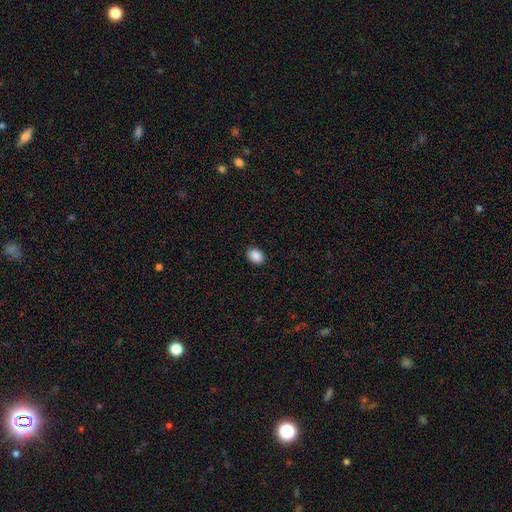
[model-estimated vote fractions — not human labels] Smooth or featured? Predicted: smooth (p=0.89). How rounded? Predicted: in between (p=0.64). Merging? Predicted: none (p=0.90).